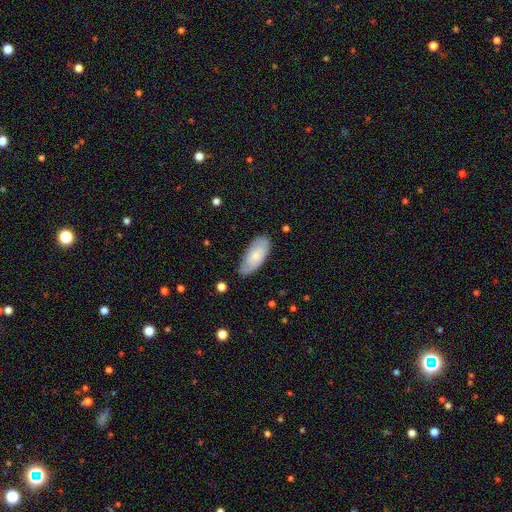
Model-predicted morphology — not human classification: Smooth or featured? smooth (59%)
How rounded? in between (89%)
Merging? none (74%)